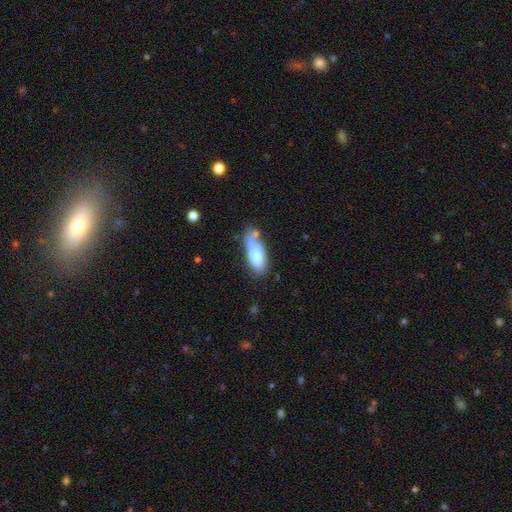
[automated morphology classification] Smooth or featured? smooth (66%)
How rounded? in between (68%)
Merging? none (30%)